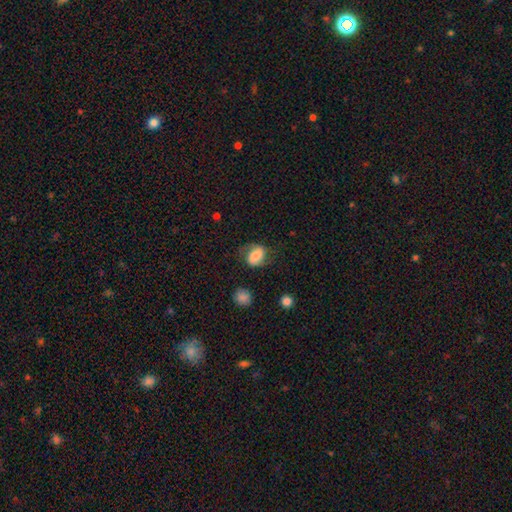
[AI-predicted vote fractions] smooth-or-featured: smooth: 52% | featured or disk: 39% | star or artifact: 9%
  how-rounded: in between: 61% | round: 38% | cigar-shaped: 2%
  merging: none: 63% | minor disturbance: 22% | major disturbance: 13% | merger: 2%